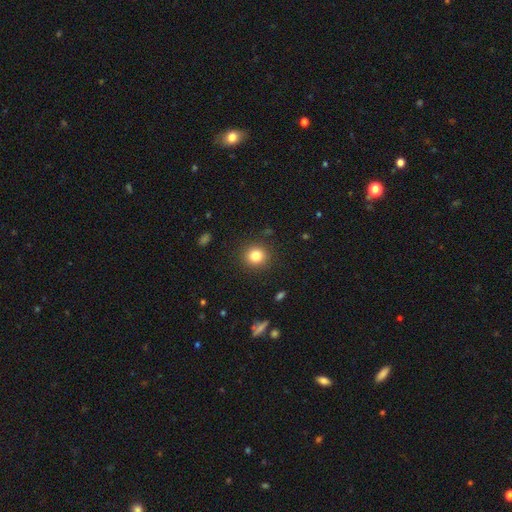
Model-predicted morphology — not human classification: Smooth or featured?
  - smooth: 82% *
  - star or artifact: 11%
  - featured or disk: 7%
How rounded?
  - round: 89% *
  - in between: 10%
  - cigar-shaped: 1%
Merging?
  - none: 90% *
  - minor disturbance: 6%
  - major disturbance: 2%
  - merger: 1%